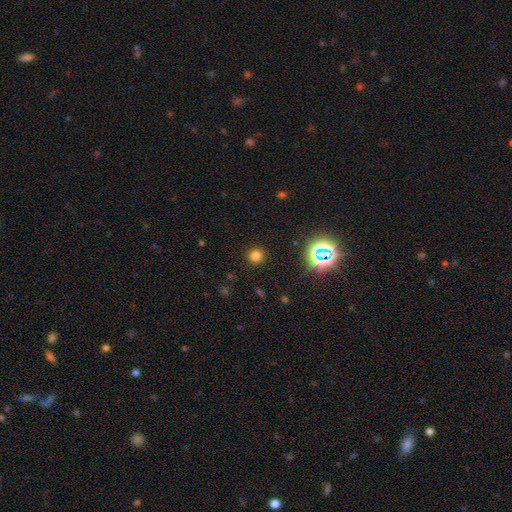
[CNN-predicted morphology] Smooth or featured? smooth (75%)
How rounded? round (92%)
Merging? none (90%)